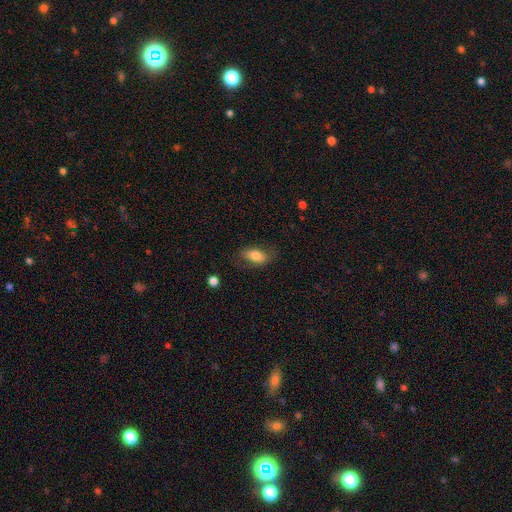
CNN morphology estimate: smooth 75%, featured or disk 18%, star or artifact 7%. Down the decision tree: how rounded — in between (89%); merging — none (71%).